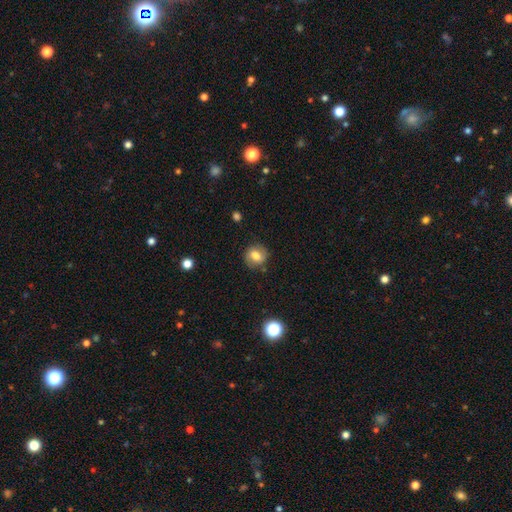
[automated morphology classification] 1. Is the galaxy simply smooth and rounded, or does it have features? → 63% smooth, 27% featured or disk, 10% star or artifact.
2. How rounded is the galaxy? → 73% round, 26% in between, 1% cigar-shaped.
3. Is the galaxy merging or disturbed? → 79% none, 15% minor disturbance, 5% major disturbance, 2% merger.